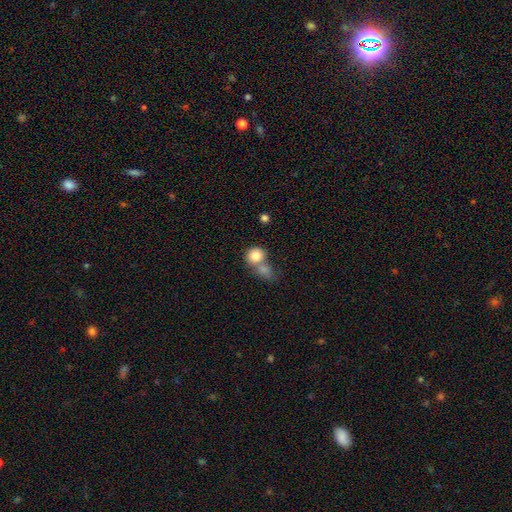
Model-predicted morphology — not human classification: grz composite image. It shows a smooth galaxy with no disk features (81%) that is round (82%). Merging: merger (50%).